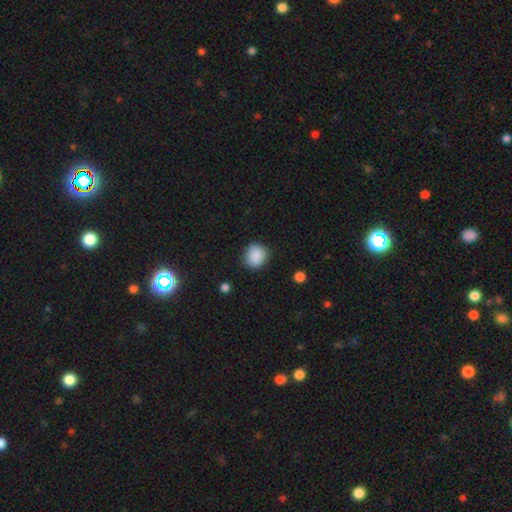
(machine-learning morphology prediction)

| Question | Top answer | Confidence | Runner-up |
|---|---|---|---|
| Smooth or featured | smooth | 88% | star or artifact (8%) |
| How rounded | round | 79% | in between (20%) |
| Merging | none | 85% | minor disturbance (11%) |